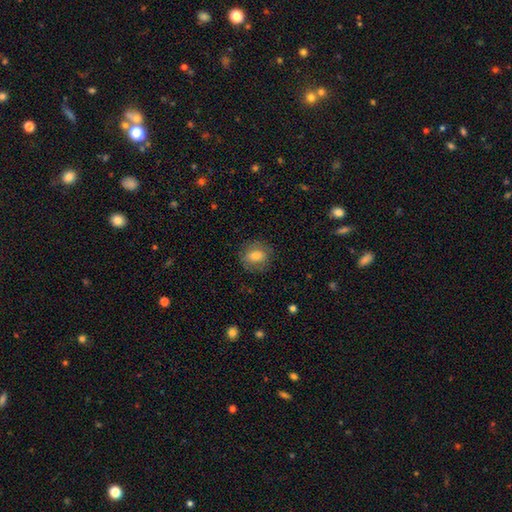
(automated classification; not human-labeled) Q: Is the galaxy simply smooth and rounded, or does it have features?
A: smooth — 68%.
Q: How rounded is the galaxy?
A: round — 57%.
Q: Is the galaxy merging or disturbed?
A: none — 80%.